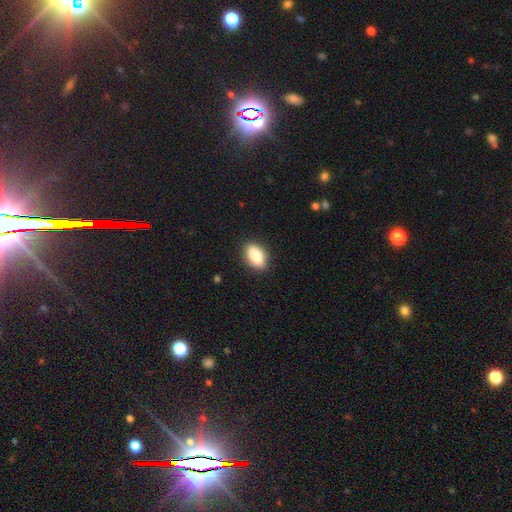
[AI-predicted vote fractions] Smooth or featured?
  - smooth: 87% *
  - star or artifact: 7%
  - featured or disk: 6%
How rounded?
  - in between: 90% *
  - cigar-shaped: 5%
  - round: 5%
Merging?
  - none: 88% *
  - minor disturbance: 9%
  - major disturbance: 2%
  - merger: 1%